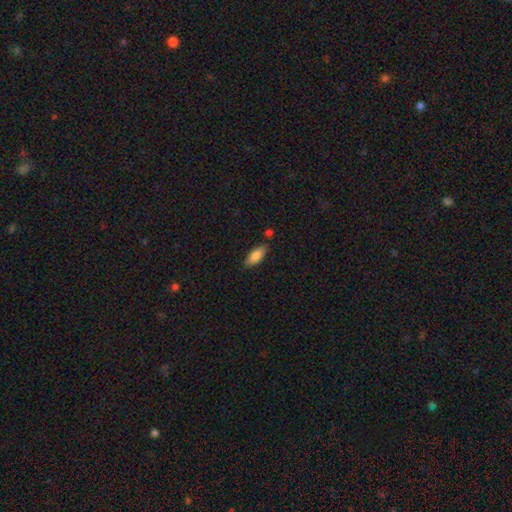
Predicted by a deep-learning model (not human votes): A smooth galaxy with no disk features (83%) that is in between round and cigar-shaped (78%). Merging: none (76%).